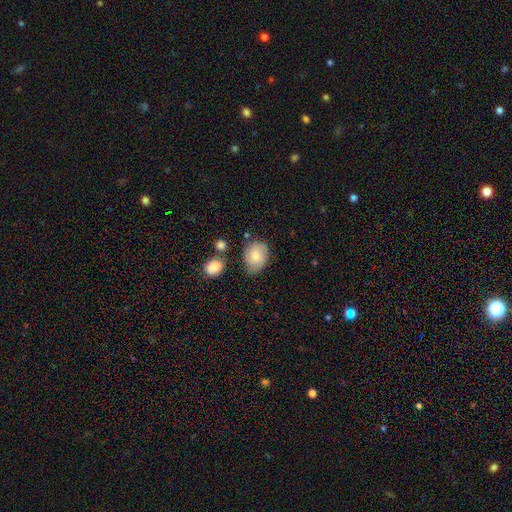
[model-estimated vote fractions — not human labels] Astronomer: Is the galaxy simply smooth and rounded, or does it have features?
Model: smooth — 72%.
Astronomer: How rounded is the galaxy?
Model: in between — 57% (runner-up: round, 42%).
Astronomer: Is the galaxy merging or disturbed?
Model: none — 66%.